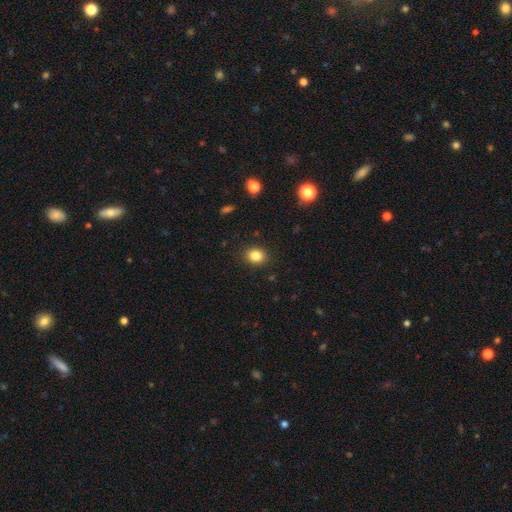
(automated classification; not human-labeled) Overall: smooth (84%). How rounded: round (61%; in between 38%). Merging: none (89%).